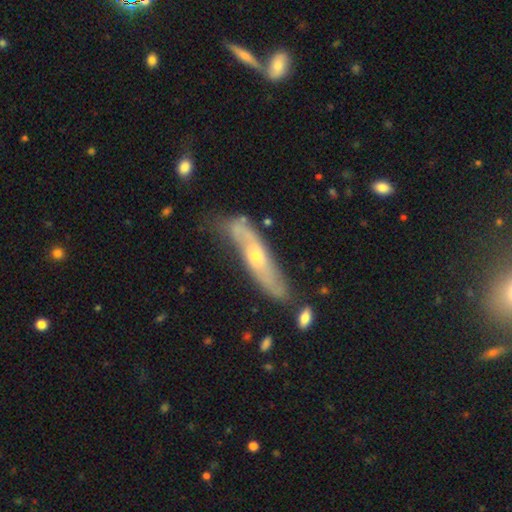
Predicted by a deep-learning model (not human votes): smooth-or-featured: featured or disk: 66% | smooth: 28% | star or artifact: 7%
  disk-edge-on: yes: 52% | no: 48%
  merging: none: 62% | minor disturbance: 25% | major disturbance: 8% | merger: 5%